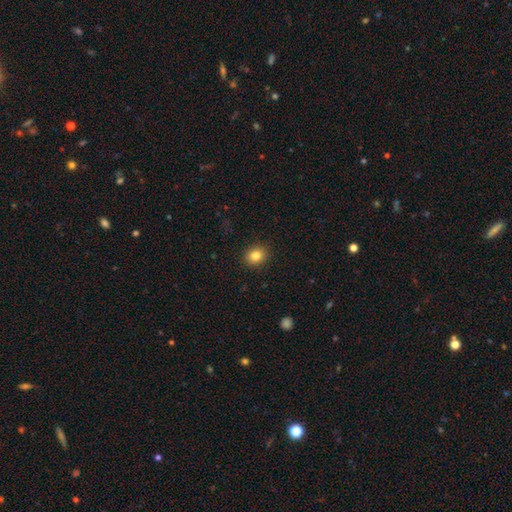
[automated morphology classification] smooth 83%, star or artifact 11%, featured or disk 6%. Down the decision tree: how rounded — round (67%); merging — none (91%).